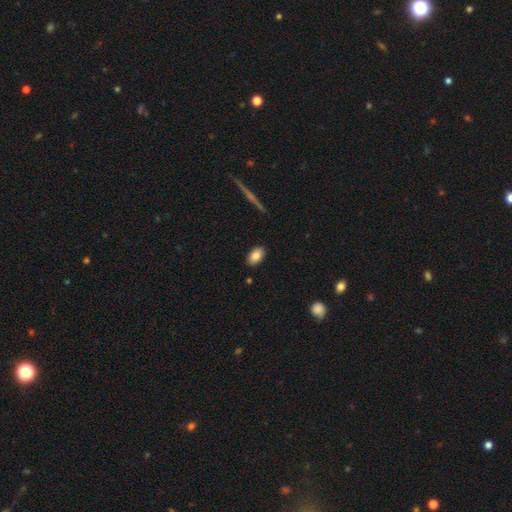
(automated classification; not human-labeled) Smooth or featured: smooth — 83% (featured or disk — 10%)
How rounded: in between — 91% (round — 8%)
Merging: none — 88% (minor disturbance — 9%)